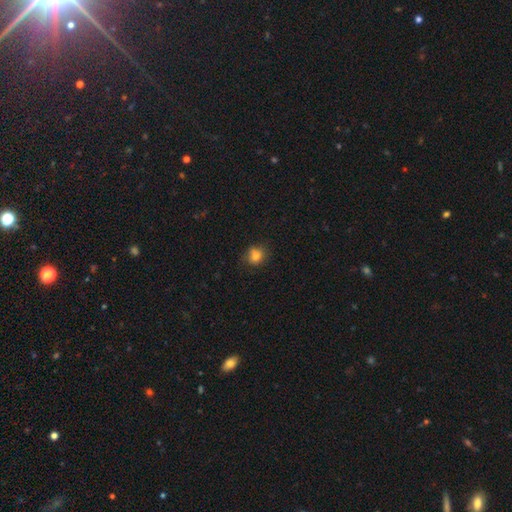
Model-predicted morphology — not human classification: Q: Smooth or featured?
A: smooth (80%); runner-up: star or artifact (12%)
Q: How rounded?
A: round (78%); runner-up: in between (21%)
Q: Merging?
A: none (76%); runner-up: minor disturbance (17%)